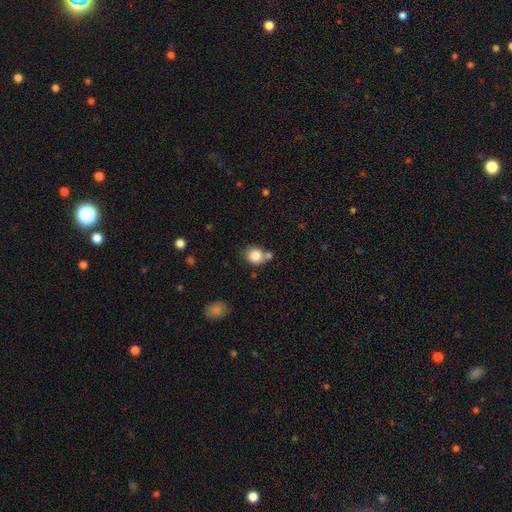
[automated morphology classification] This appears to be a smooth galaxy with no disk features (83%) that is round (76%). Merging: none (59%).